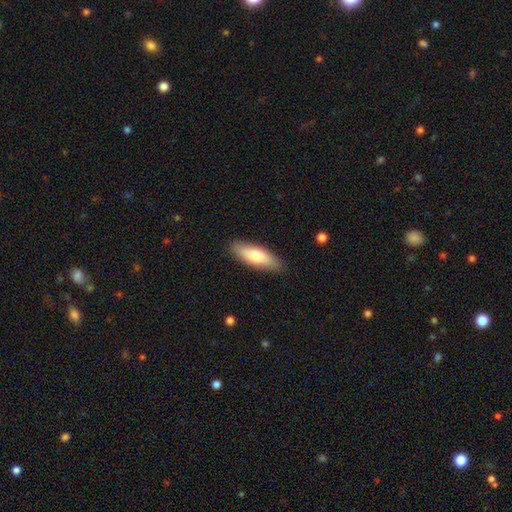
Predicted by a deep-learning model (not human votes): smooth 75%, featured or disk 20%, star or artifact 5%. Down the decision tree: how rounded — in between (56%); merging — none (87%).